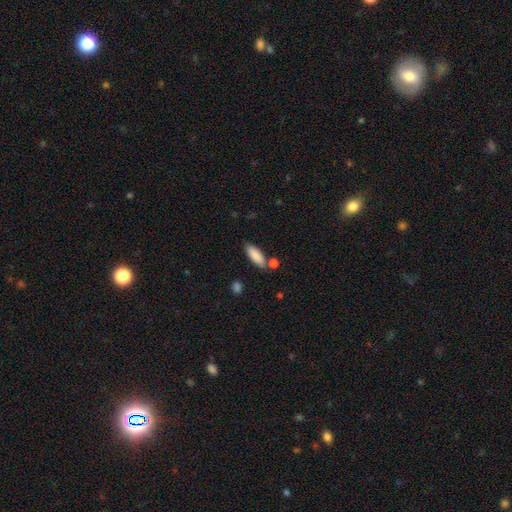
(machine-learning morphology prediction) A smooth galaxy with no disk features (87%) that is in between round and cigar-shaped (65%). Merging: none (74%).